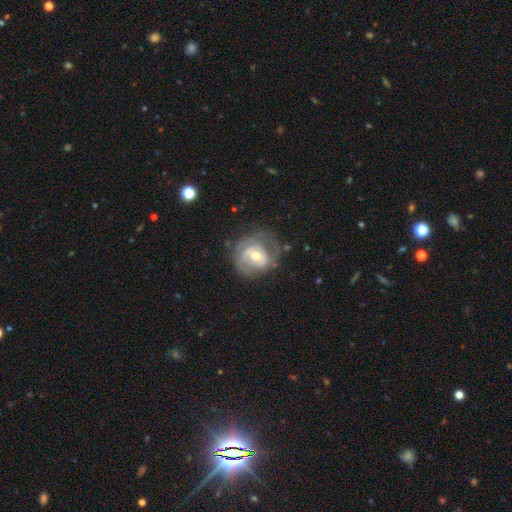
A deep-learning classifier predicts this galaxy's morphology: Smooth or featured? Predicted: featured or disk (p=0.66). Edge-on disk? Predicted: no (p=0.97). Bar? Predicted: no (p=0.53). Spiral arms? Predicted: yes (p=0.63). Bulge size? Predicted: moderate (p=0.69). Merging? Predicted: none (p=0.54).